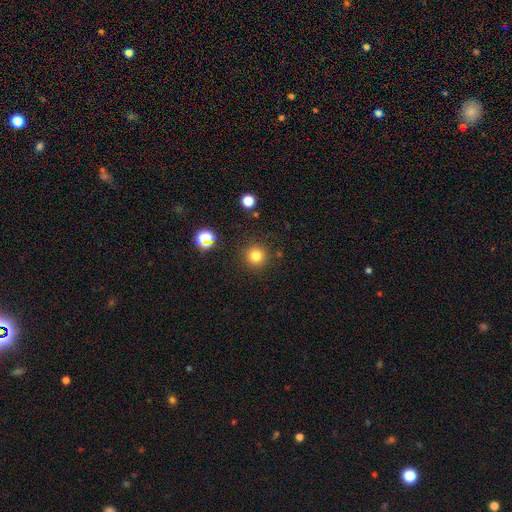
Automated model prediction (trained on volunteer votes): Overall: smooth (79%). How rounded: round (95%). Merging: none (89%).